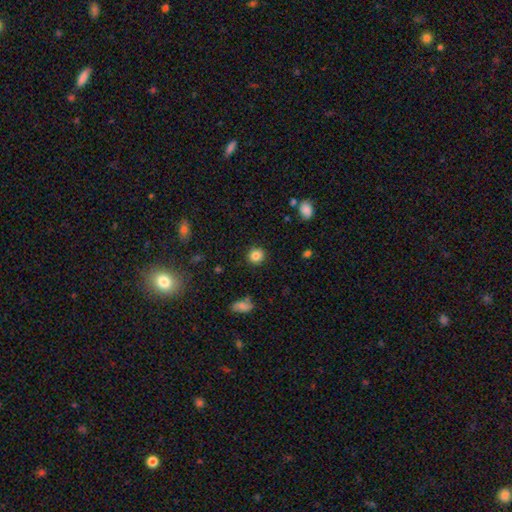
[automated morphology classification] The model was most divided on "smooth or featured": smooth: 84%, star or artifact: 10%, featured or disk: 5%. More confident: how rounded — round (90%); merging — none (90%).